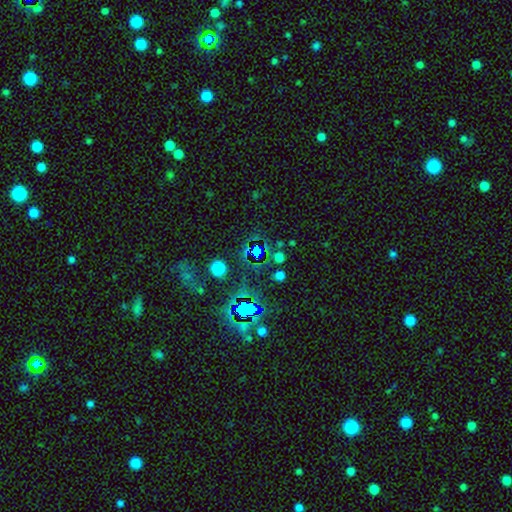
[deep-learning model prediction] star or artifact 64%, smooth 26%, featured or disk 10%.